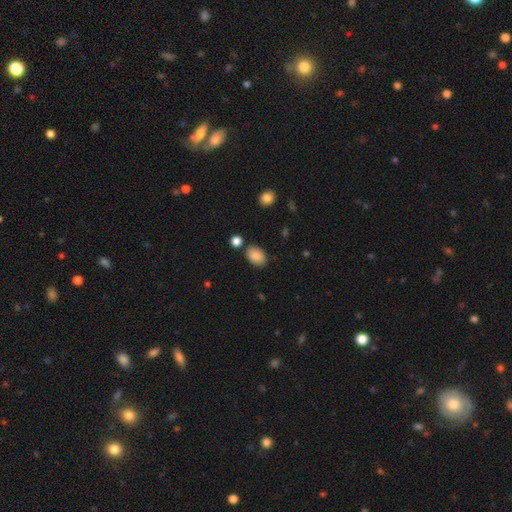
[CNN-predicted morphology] A smooth galaxy with no disk features (87%) that is in between round and cigar-shaped (83%). Merging: none (80%).